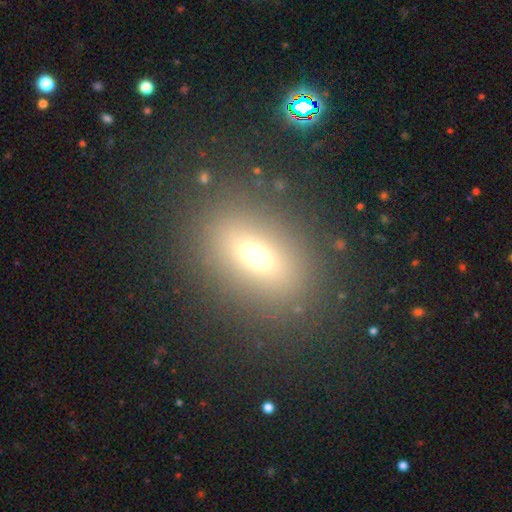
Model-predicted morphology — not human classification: Smooth or featured? Predicted: smooth (p=0.62). How rounded? Predicted: in between (p=0.72). Merging? Predicted: none (p=0.84).